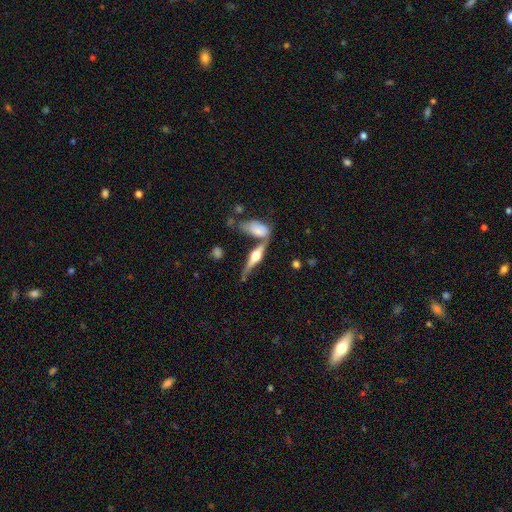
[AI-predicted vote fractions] smooth_or_featured: featured or disk (p=0.69) [alt: smooth p=0.25]
disk_edge_on: yes (p=0.95) [alt: no p=0.05]
edge_on_bulge: rounded (p=0.93) [alt: boxy p=0.05]
merging: none (p=0.59) [alt: merger p=0.23]